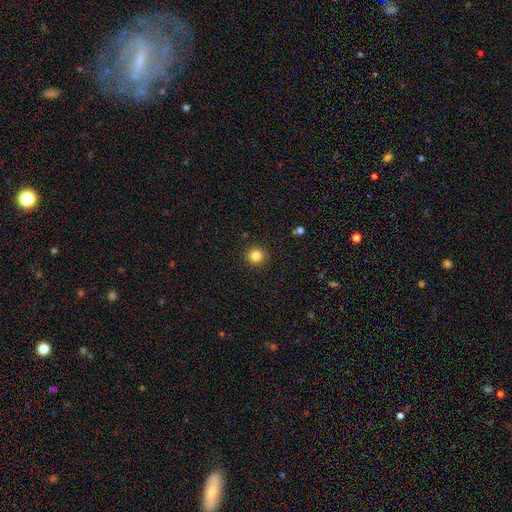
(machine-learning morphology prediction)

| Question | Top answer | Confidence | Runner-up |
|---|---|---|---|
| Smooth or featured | smooth | 84% | star or artifact (11%) |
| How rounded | round | 94% | in between (5%) |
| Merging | none | 92% | minor disturbance (5%) |